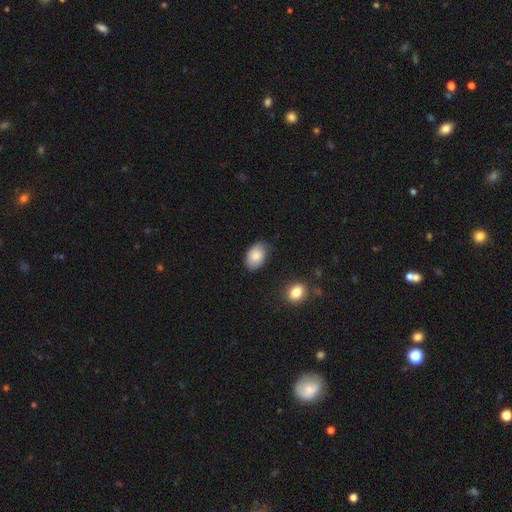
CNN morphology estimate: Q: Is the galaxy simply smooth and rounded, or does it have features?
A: smooth — 85%.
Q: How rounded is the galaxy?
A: in between — 88%.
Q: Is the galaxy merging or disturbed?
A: none — 79%.